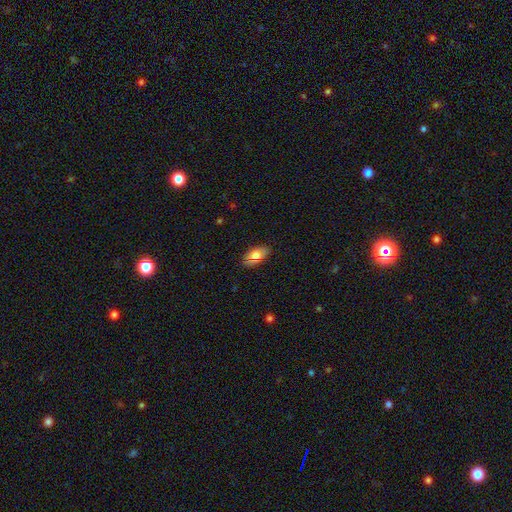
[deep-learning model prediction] smooth_or_featured: smooth (p=0.70) [alt: featured or disk p=0.17]
how_rounded: in between (p=0.90) [alt: cigar-shaped p=0.06]
merging: none (p=0.85) [alt: minor disturbance p=0.11]